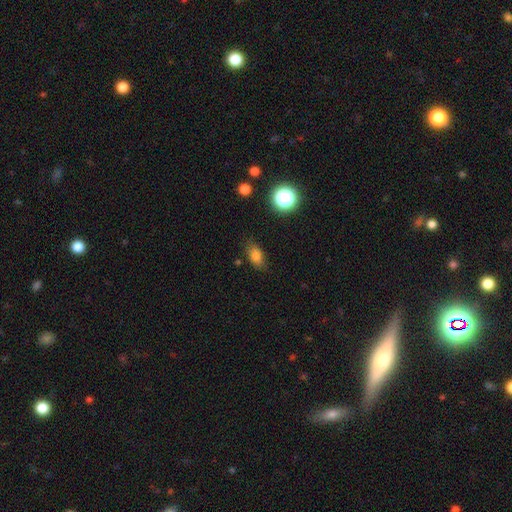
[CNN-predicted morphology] A smooth galaxy with no disk features (79%) that is in between round and cigar-shaped (84%).

Vote fractions:
- Smooth or featured? smooth: 79% / star or artifact: 13% / featured or disk: 8%
- How rounded? in between: 84% / round: 12% / cigar-shaped: 4%
- Merging? none: 81% / minor disturbance: 14% / major disturbance: 3% / merger: 2%